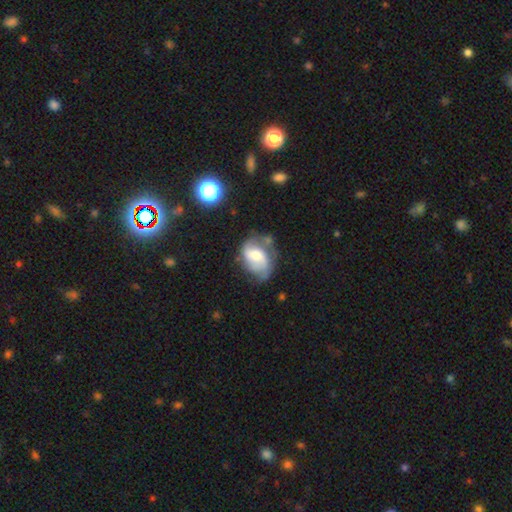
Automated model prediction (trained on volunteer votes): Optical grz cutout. It shows a featured or disk galaxy (61%) with no bar (47%), spiral arms (84%) and a moderate central bulge (54%). Merging: none (46%).